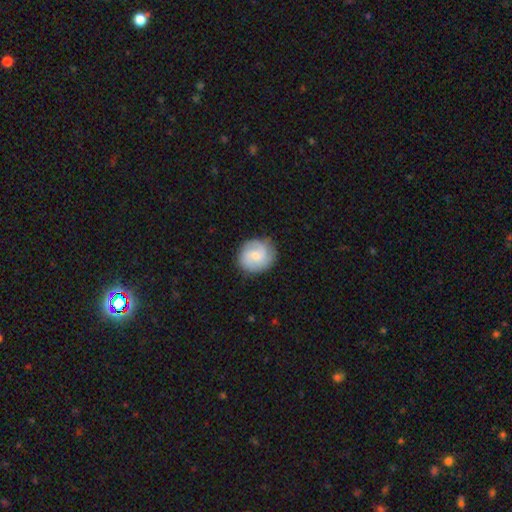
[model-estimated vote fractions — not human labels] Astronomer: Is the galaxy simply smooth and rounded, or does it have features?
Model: featured or disk — 54% (runner-up: smooth, 40%).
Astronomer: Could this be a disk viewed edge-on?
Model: no — 98%.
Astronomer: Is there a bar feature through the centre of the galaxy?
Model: no — 55% (runner-up: weak, 39%).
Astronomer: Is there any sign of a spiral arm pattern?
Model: yes — 89%.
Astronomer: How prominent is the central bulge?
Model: small — 61%.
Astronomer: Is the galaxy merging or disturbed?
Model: none — 81%.